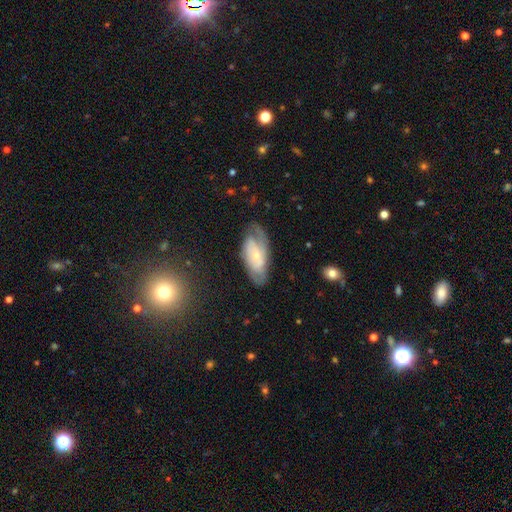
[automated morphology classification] type=featured or disk (69%); edge-on=no (91%); bar=no (62%); spiral arms=yes (85%); winding=tight (51%); arm count=2 (44%); bulge=small (70%); merging=none (66%).